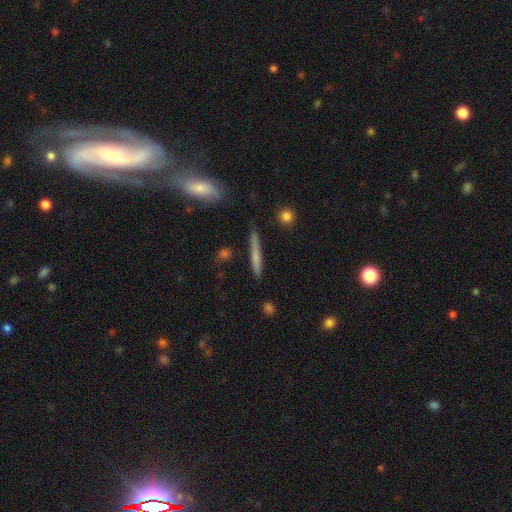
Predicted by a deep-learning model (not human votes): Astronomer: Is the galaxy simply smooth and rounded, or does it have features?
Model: smooth — 59% (runner-up: featured or disk, 35%).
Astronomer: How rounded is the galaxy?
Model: cigar-shaped — 94%.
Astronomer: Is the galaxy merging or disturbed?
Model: none — 87%.